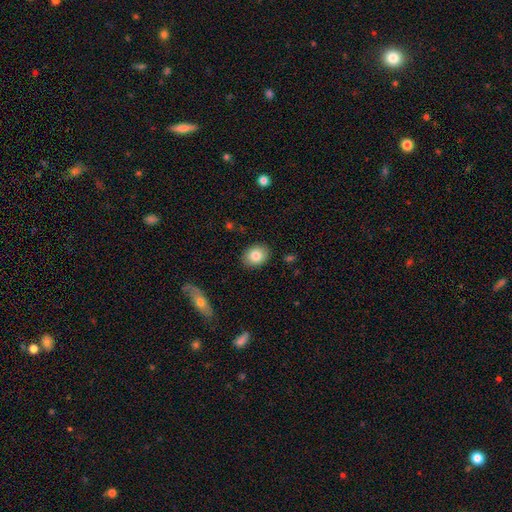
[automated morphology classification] smooth_or_featured: smooth (p=0.83) [alt: featured or disk p=0.09]
how_rounded: in between (p=0.58) [alt: round p=0.41]
merging: none (p=0.88) [alt: minor disturbance p=0.08]